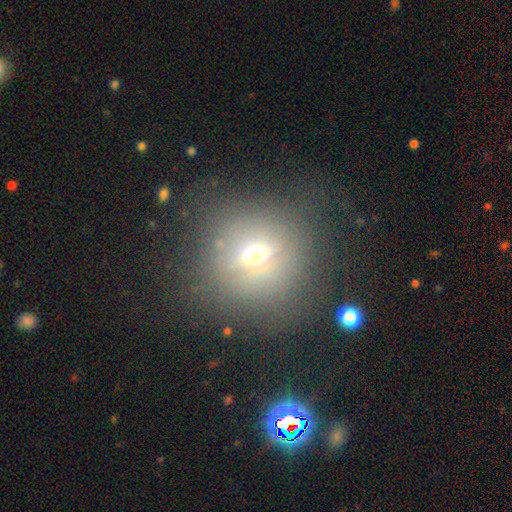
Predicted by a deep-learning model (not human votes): Morphology: type=smooth (53%); roundness=round (87%); merging=none (73%).